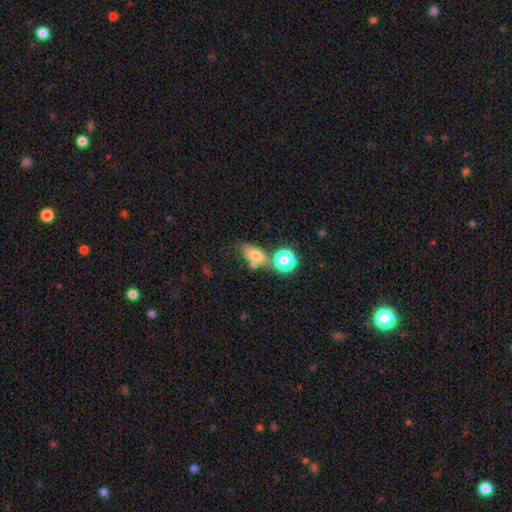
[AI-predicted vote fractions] smooth_or_featured: smooth (p=0.67) [alt: featured or disk p=0.19]
how_rounded: in between (p=0.75) [alt: round p=0.21]
merging: none (p=0.39) [alt: merger p=0.27]